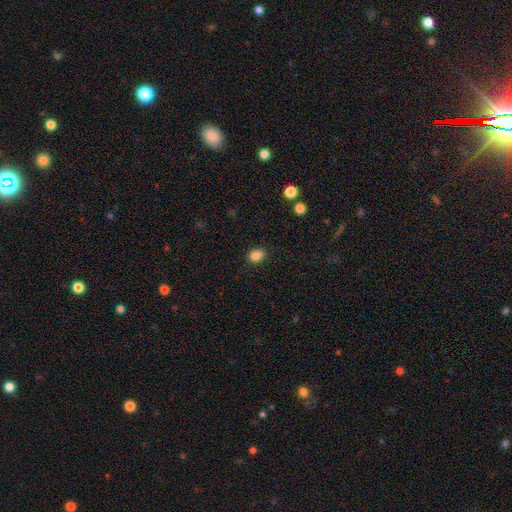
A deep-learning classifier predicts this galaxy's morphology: A smooth galaxy with no disk features (83%) that is round (54%).

Vote fractions:
- Smooth or featured? smooth: 83% / star or artifact: 12% / featured or disk: 6%
- How rounded? round: 54% / in between: 45% / cigar-shaped: 1%
- Merging? none: 72% / minor disturbance: 18% / merger: 6% / major disturbance: 4%